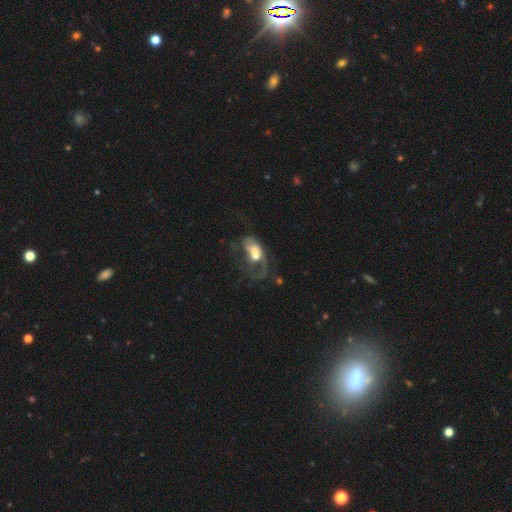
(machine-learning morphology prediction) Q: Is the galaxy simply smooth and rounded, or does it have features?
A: featured or disk — 57%.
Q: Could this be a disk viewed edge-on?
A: no — 94%.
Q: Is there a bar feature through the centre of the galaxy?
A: no — 66%.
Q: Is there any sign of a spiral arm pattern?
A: yes — 59%.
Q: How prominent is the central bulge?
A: moderate — 46%.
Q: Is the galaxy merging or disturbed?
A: major disturbance — 59%.